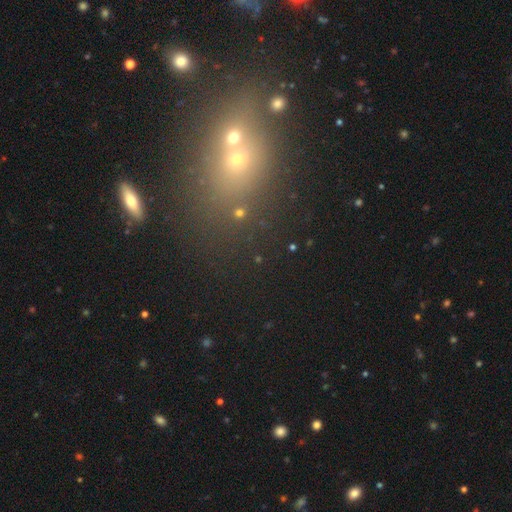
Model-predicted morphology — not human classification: smooth-or-featured: star or artifact: 50% | smooth: 34% | featured or disk: 15%